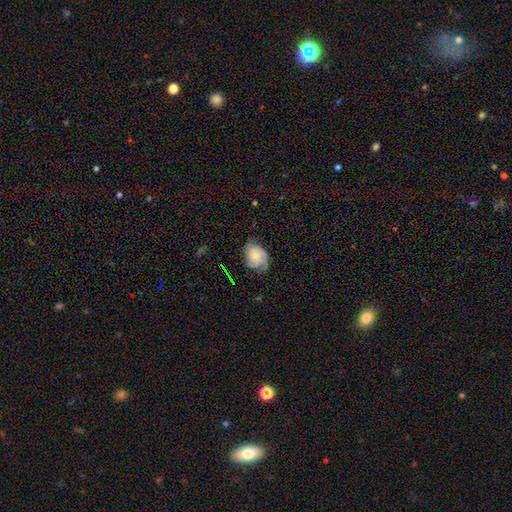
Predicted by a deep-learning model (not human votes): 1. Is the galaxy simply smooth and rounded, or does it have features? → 49% featured or disk, 41% smooth, 9% star or artifact.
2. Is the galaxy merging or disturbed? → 61% none, 28% minor disturbance, 9% major disturbance, 1% merger.